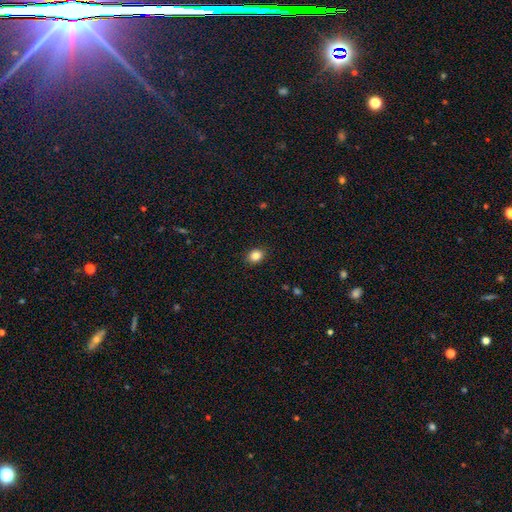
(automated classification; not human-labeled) Overall: smooth (85%). How rounded: in between (53%; round 46%). Merging: none (90%).